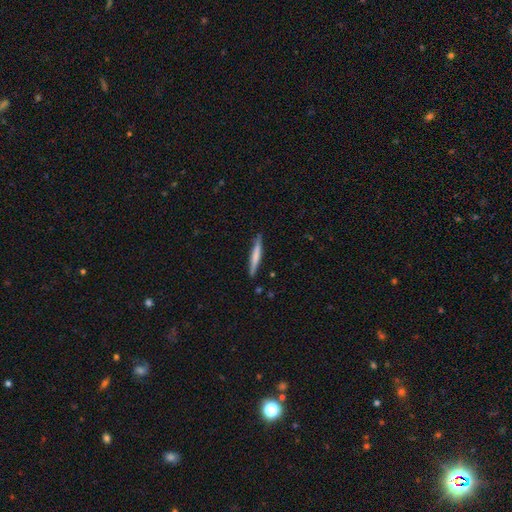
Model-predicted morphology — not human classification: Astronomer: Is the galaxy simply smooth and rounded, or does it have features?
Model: smooth — 59% (runner-up: featured or disk, 36%).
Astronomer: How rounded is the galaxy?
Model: cigar-shaped — 95%.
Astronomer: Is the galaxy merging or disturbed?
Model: none — 88%.